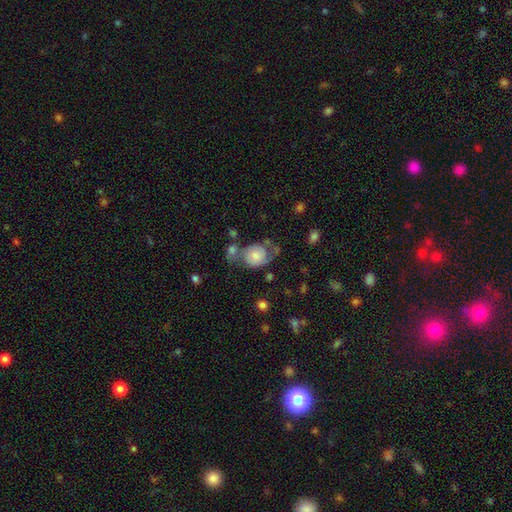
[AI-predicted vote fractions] smooth-or-featured: featured or disk: 46% (tied) | smooth: 46% (tied) | star or artifact: 8%
  merging: none: 34% | major disturbance: 27% | minor disturbance: 24% | merger: 16%